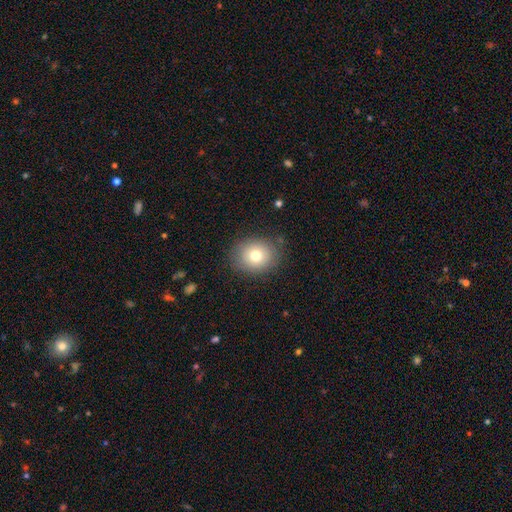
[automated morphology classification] Smooth or featured?
  - smooth: 76% *
  - featured or disk: 13%
  - star or artifact: 11%
How rounded?
  - round: 61% *
  - in between: 38%
  - cigar-shaped: 1%
Merging?
  - none: 83% *
  - minor disturbance: 12%
  - major disturbance: 4%
  - merger: 1%